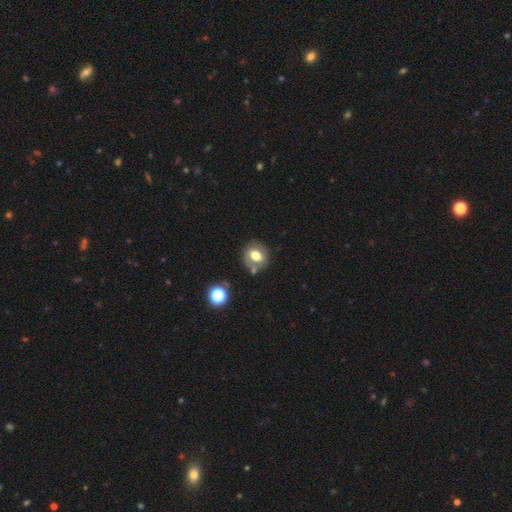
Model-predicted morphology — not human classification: Smooth or featured? smooth (68%)
How rounded? round (66%)
Merging? none (67%)